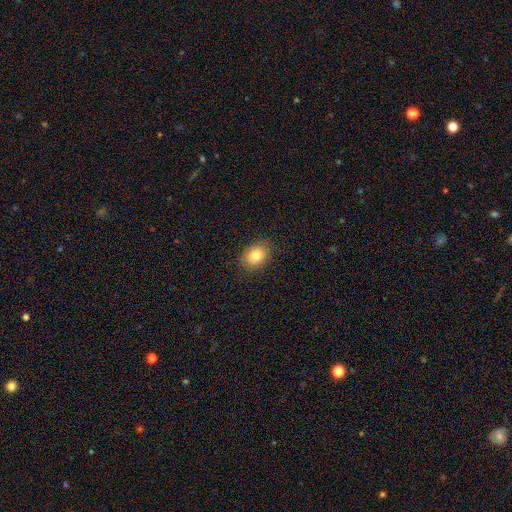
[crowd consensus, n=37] Q: Smooth or featured?
A: smooth (92%); runner-up: featured or disk (5%)
Q: How rounded?
A: in between (59%); runner-up: round (41%)
Q: Merging?
A: none (83%); runner-up: minor disturbance (14%)